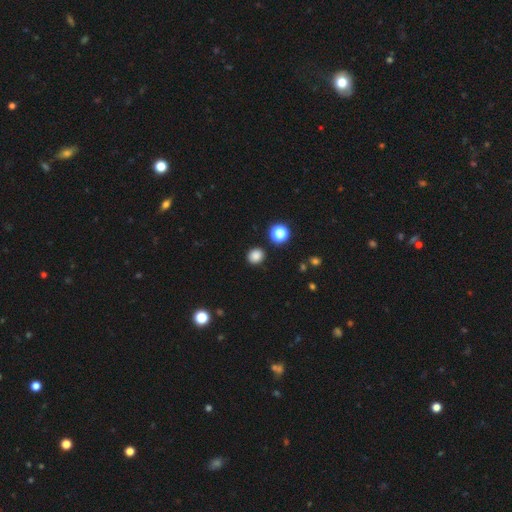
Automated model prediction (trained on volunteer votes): The model was most divided on "how rounded": round: 79%, in between: 20%, cigar-shaped: 1%. More confident: merging — none (89%); smooth or featured — smooth (84%).